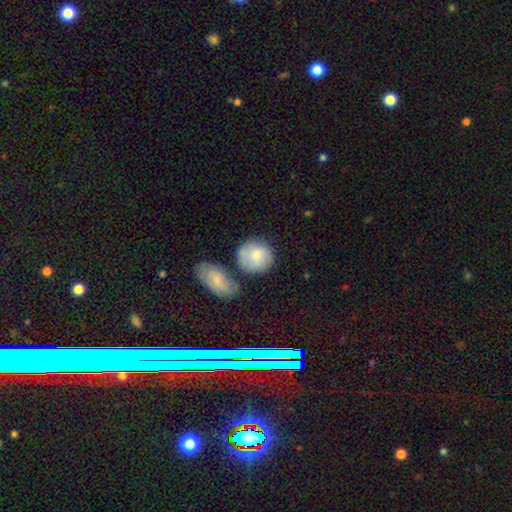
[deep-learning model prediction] A smooth galaxy with no disk features (75%) that is round (85%).

Vote fractions:
- Smooth or featured? smooth: 75% / featured or disk: 19% / star or artifact: 6%
- How rounded? round: 85% / in between: 14% / cigar-shaped: 1%
- Merging? none: 59% / merger: 20% / minor disturbance: 17% / major disturbance: 5%